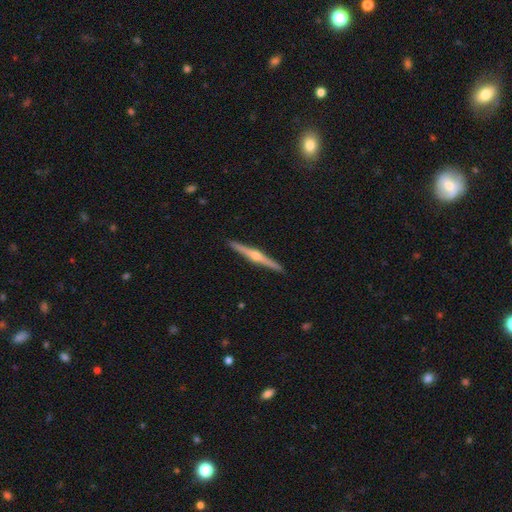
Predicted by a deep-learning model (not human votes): smooth-or-featured: featured or disk: 82% | smooth: 13% | star or artifact: 5%
  disk-edge-on: yes: 99% | no: 1%
    edge-on-bulge: rounded: 93% | none: 4% | boxy: 3%
  merging: none: 93% | minor disturbance: 5% | major disturbance: 1% | merger: 1%